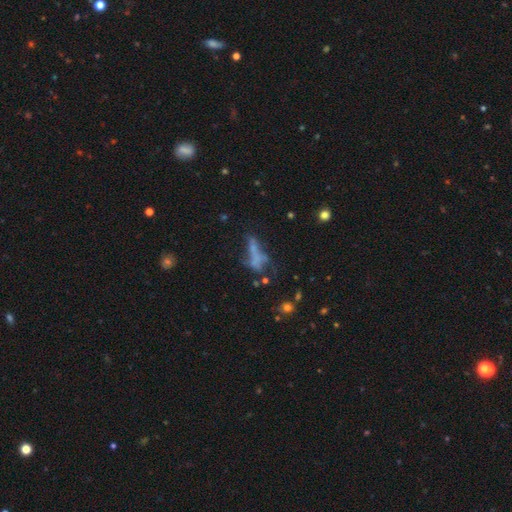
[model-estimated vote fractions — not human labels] Smooth or featured? Predicted: smooth (p=0.39). Merging? Predicted: none (p=0.31, tied with major disturbance).